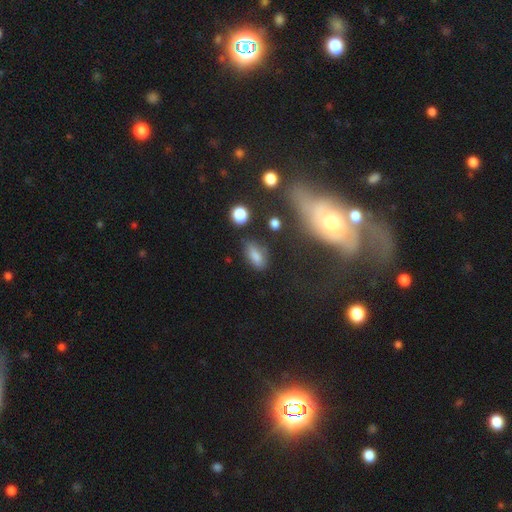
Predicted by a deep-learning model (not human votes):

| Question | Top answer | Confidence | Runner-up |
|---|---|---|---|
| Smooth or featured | smooth | 78% | star or artifact (12%) |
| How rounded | in between | 81% | cigar-shaped (12%) |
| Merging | none | 66% | minor disturbance (23%) |